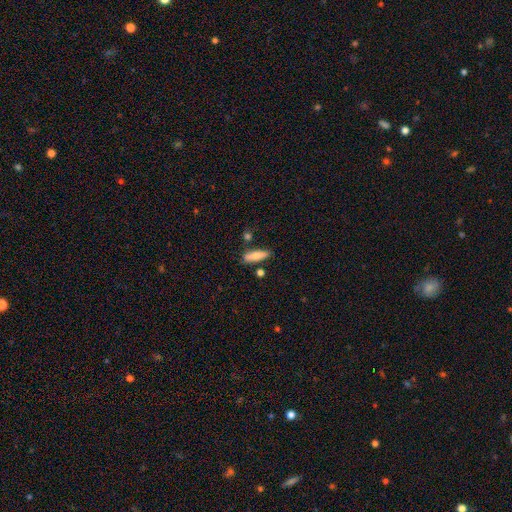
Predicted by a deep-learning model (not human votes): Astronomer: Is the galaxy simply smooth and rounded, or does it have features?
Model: smooth — 74%.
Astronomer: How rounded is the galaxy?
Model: cigar-shaped — 57% (runner-up: in between, 40%).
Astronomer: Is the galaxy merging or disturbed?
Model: none — 77%.